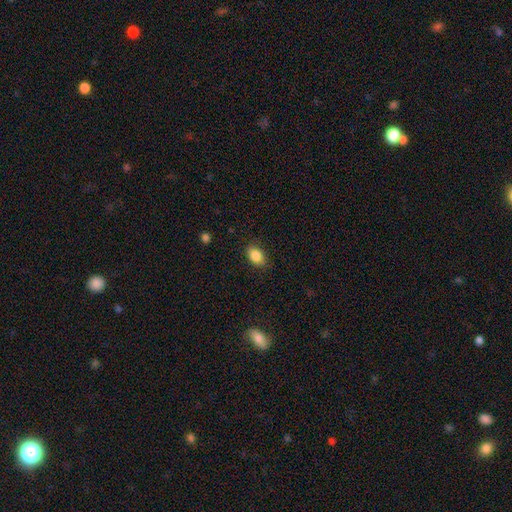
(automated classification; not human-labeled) A smooth galaxy with no disk features (86%) that is in between round and cigar-shaped (83%). Merging: none (83%).